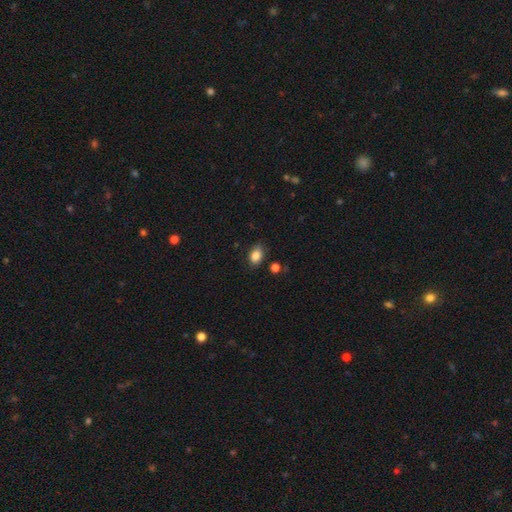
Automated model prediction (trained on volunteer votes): Smooth or featured: smooth — 85% (star or artifact — 9%)
How rounded: in between — 82% (round — 17%)
Merging: none — 82% (minor disturbance — 13%)